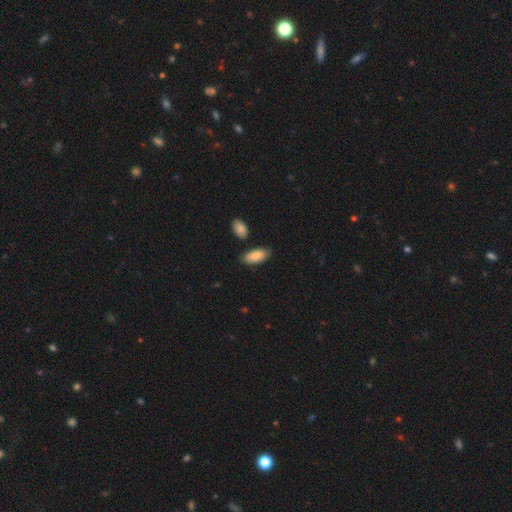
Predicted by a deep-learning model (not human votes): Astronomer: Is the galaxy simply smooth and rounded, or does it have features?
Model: smooth — 85%.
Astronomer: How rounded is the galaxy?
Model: in between — 89%.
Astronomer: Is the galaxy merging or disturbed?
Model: none — 79%.